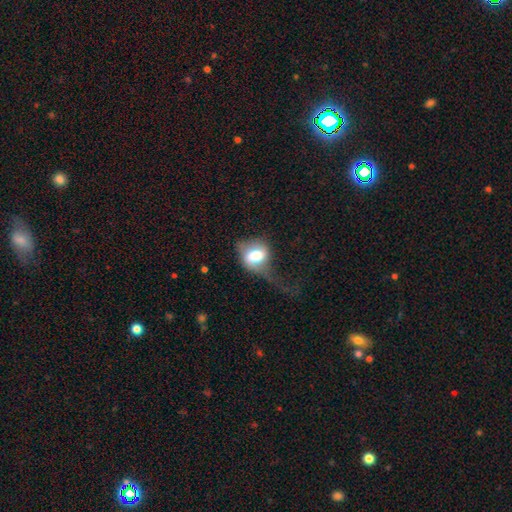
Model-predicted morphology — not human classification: smooth 64%, featured or disk 28%, star or artifact 8%. Down the decision tree: how rounded — round (52%); merging — major disturbance (51%).